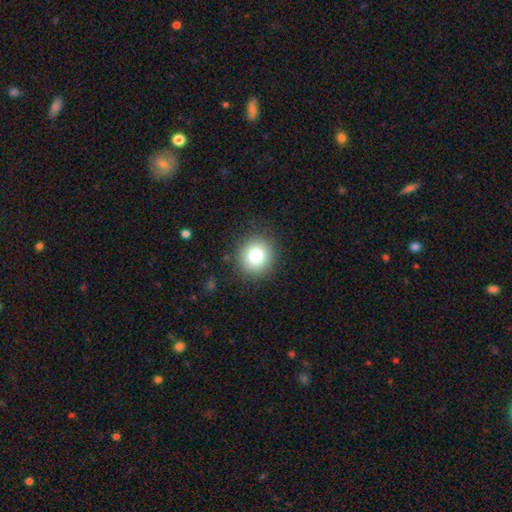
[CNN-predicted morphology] Q: Smooth or featured?
A: smooth (80%); runner-up: star or artifact (11%)
Q: How rounded?
A: round (91%); runner-up: in between (8%)
Q: Merging?
A: none (89%); runner-up: minor disturbance (7%)